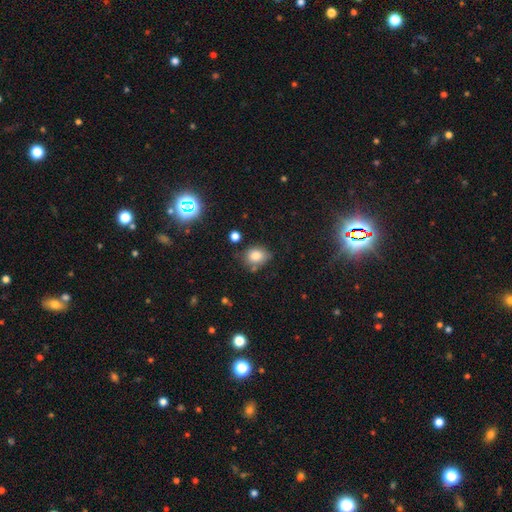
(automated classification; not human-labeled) A smooth galaxy with no disk features (81%) that is round (52%). Merging: none (67%).